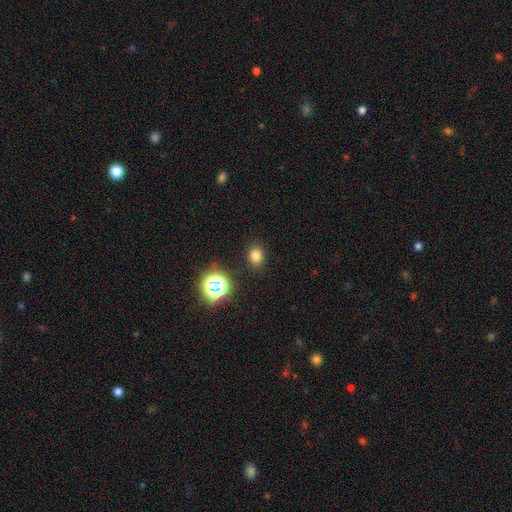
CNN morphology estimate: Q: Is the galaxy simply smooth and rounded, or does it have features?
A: smooth — 76%.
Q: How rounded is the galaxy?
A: round — 52%.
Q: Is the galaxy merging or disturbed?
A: none — 87%.